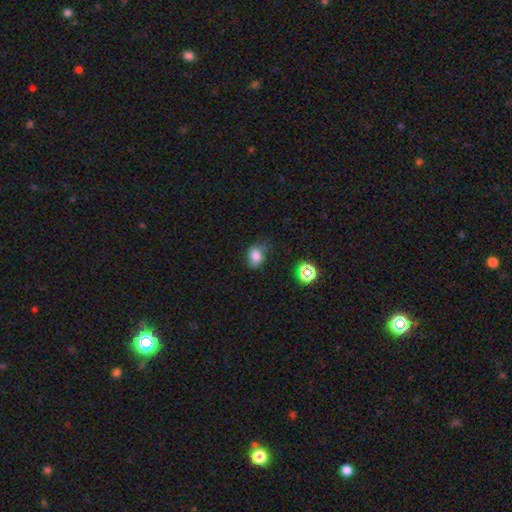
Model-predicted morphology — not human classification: smooth_or_featured: smooth (p=0.79) [alt: star or artifact p=0.12]
how_rounded: in between (p=0.65) [alt: round p=0.34]
merging: none (p=0.57) [alt: minor disturbance p=0.31]